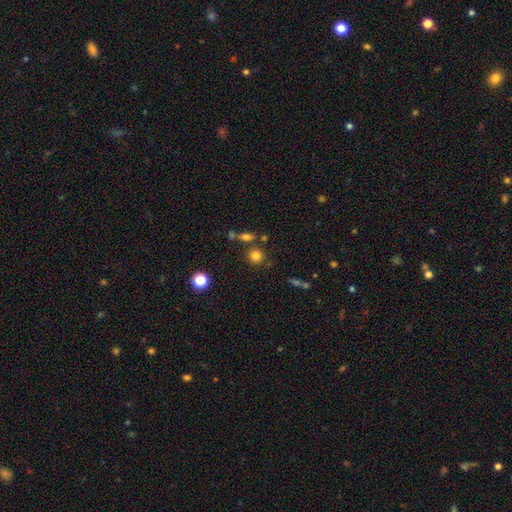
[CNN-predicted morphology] smooth_or_featured: smooth (p=0.79) [alt: star or artifact p=0.13]
how_rounded: round (p=0.89) [alt: in between p=0.10]
merging: none (p=0.78) [alt: merger p=0.10]